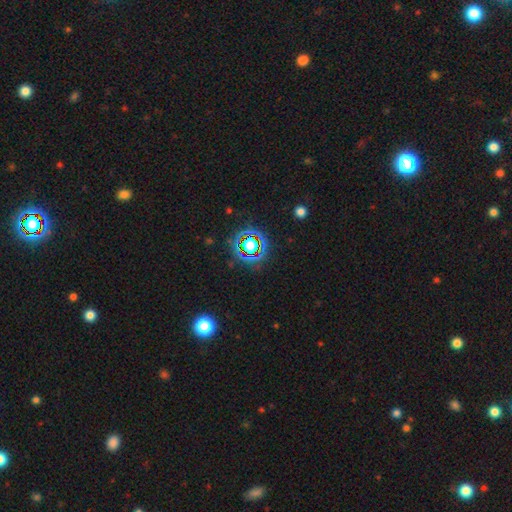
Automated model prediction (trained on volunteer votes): Morphology: type=star or artifact (73%).